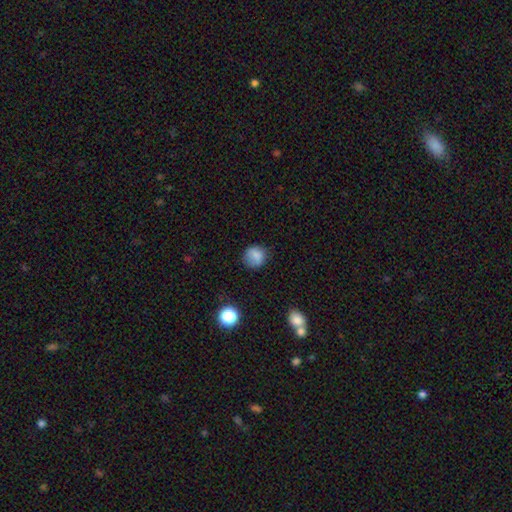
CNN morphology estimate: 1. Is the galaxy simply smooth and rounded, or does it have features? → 81% smooth, 11% star or artifact, 8% featured or disk.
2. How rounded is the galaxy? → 81% round, 18% in between, 1% cigar-shaped.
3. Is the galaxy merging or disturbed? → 75% none, 18% minor disturbance, 5% major disturbance, 2% merger.